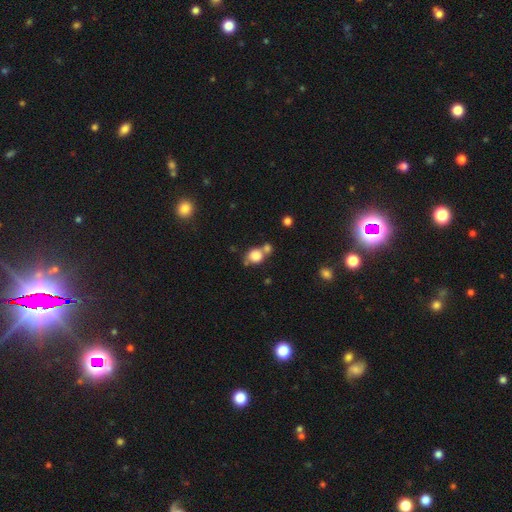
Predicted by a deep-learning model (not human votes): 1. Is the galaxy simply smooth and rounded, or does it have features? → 82% smooth, 10% star or artifact, 8% featured or disk.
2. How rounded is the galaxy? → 73% round, 26% in between, 1% cigar-shaped.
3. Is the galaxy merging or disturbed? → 47% none, 37% merger, 11% minor disturbance, 5% major disturbance.